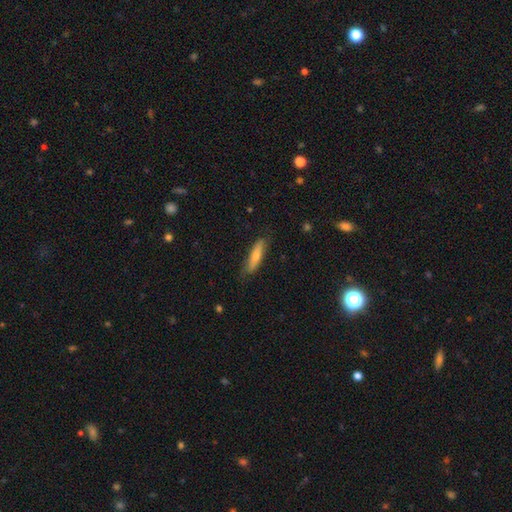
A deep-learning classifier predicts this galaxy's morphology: Smooth or featured? smooth (67%)
How rounded? cigar-shaped (74%)
Merging? none (78%)